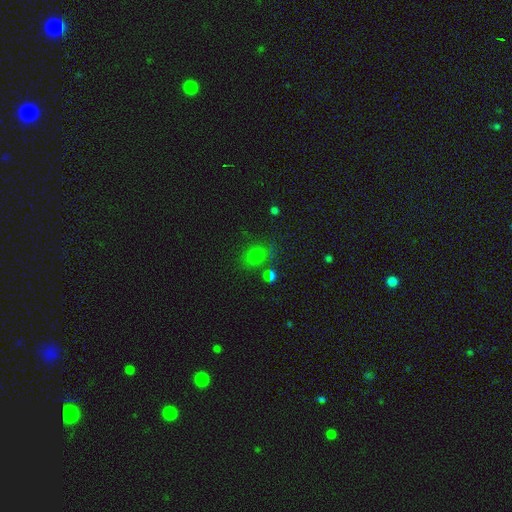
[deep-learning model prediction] A smooth galaxy with no disk features (71%) that is round (66%). Merging: none (69%).